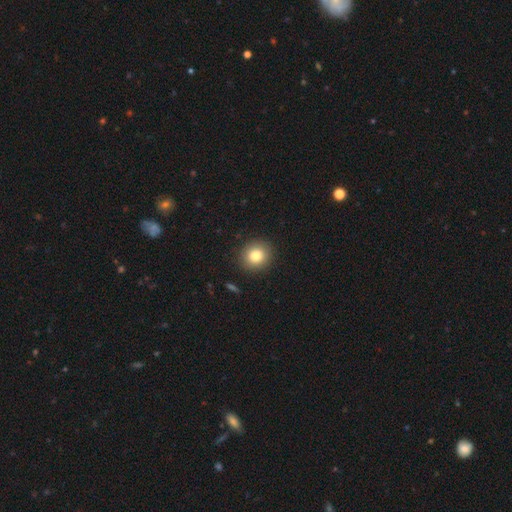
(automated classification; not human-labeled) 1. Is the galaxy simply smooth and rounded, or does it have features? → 82% smooth, 10% star or artifact, 8% featured or disk.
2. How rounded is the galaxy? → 86% round, 13% in between, 1% cigar-shaped.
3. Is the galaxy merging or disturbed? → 90% none, 6% minor disturbance, 2% major disturbance, 1% merger.